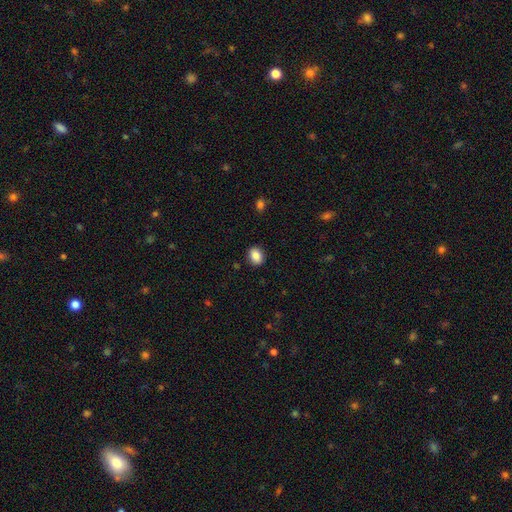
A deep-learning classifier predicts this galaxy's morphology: Overall: smooth (87%). How rounded: in between (61%; round 38%). Merging: none (88%).